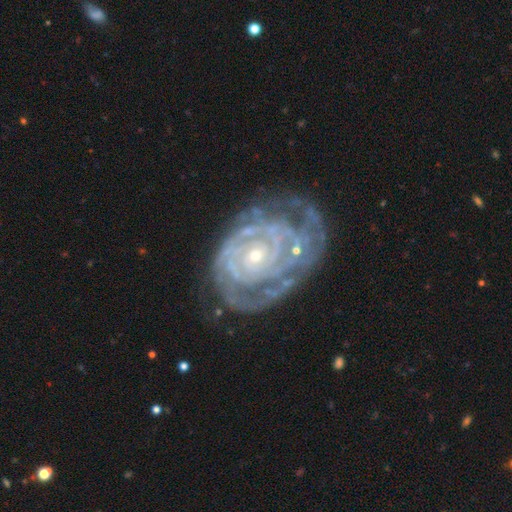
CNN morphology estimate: This appears to be a featured or disk galaxy (88%) with no bar (75%), tight (80%) spiral arms (95%) and a small central bulge (75%). Merging: none (61%).